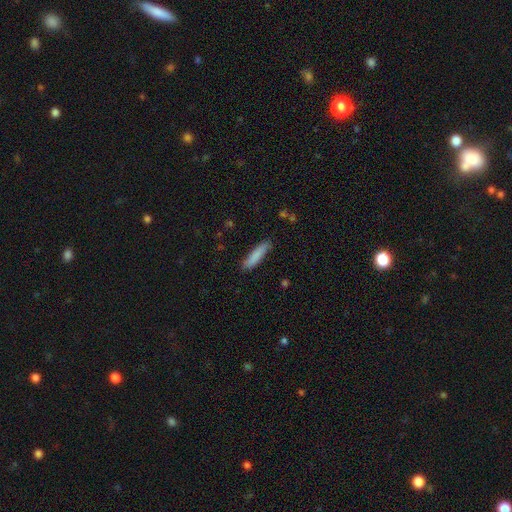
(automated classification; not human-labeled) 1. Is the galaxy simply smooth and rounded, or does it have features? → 84% smooth, 10% featured or disk, 6% star or artifact.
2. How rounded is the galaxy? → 84% cigar-shaped, 15% in between, 1% round.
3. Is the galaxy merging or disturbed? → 84% none, 12% minor disturbance, 2% major disturbance, 2% merger.